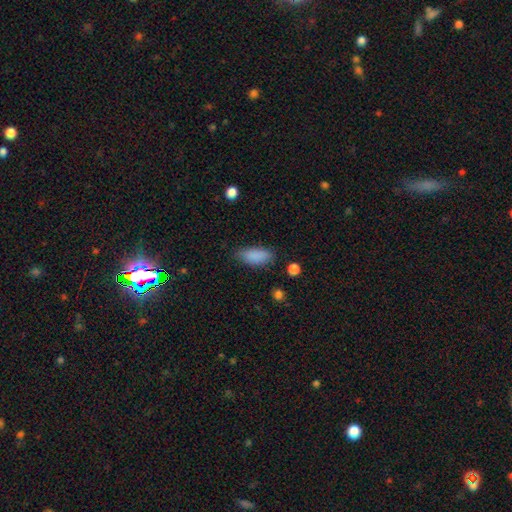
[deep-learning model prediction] This appears to be a smooth galaxy with no disk features (87%) that is in between round and cigar-shaped (82%). Merging: none (75%).